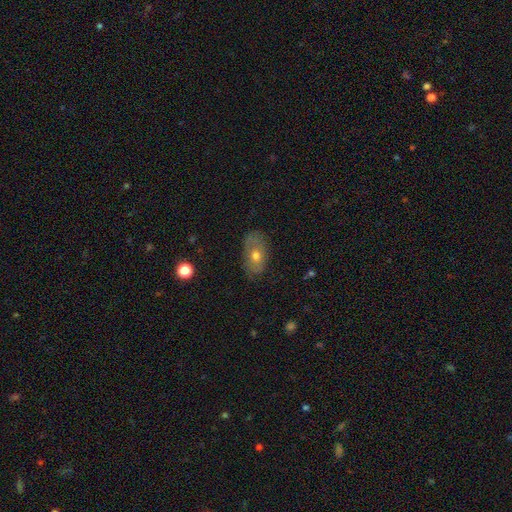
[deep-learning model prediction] Q: Smooth or featured?
A: smooth (55%); runner-up: featured or disk (37%)
Q: How rounded?
A: in between (88%); runner-up: round (9%)
Q: Merging?
A: none (78%); runner-up: minor disturbance (17%)